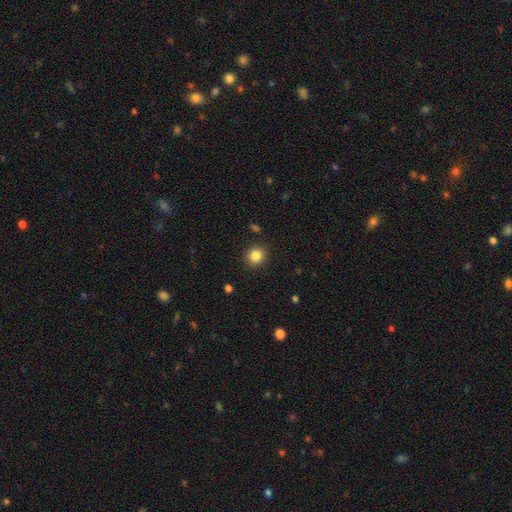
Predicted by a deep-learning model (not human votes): This is clearly a smooth galaxy (84%). How rounded: clearly round (86%). Merging: clearly none (90%).